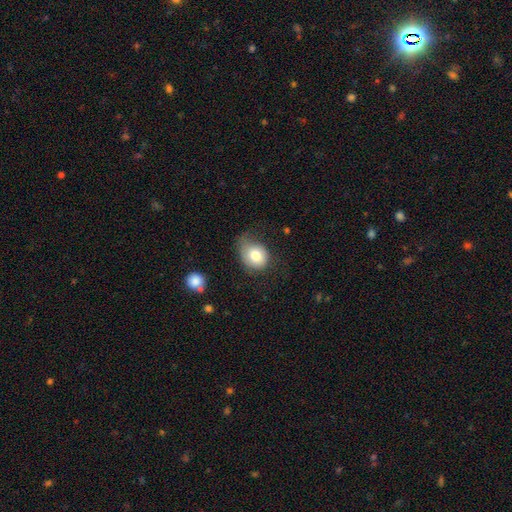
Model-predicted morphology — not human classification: smooth-or-featured: smooth: 78% | featured or disk: 13% | star or artifact: 9%
  how-rounded: round: 60% | in between: 39% | cigar-shaped: 1%
  merging: none: 42% | minor disturbance: 37% | major disturbance: 18% | merger: 3%